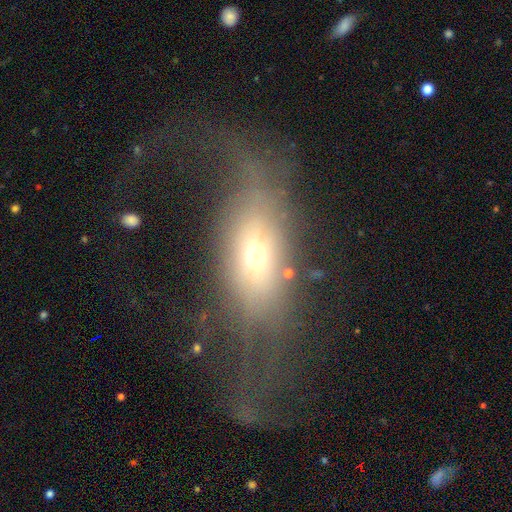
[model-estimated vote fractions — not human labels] smooth-or-featured: smooth: 47% | featured or disk: 41% | star or artifact: 12%
  merging: major disturbance: 44% | none: 34% | minor disturbance: 18% | merger: 4%